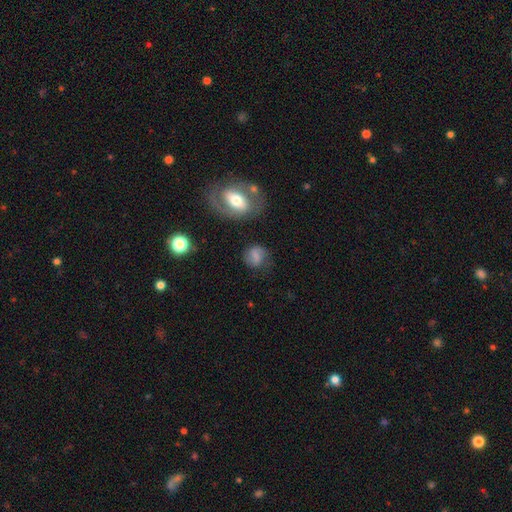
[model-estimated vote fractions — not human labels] This is possibly a smooth galaxy (58%). How rounded: likely round (61%). Merging: likely none (65%).